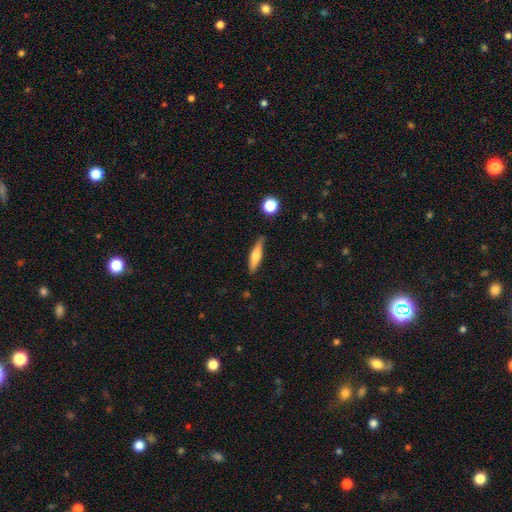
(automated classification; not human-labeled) Morphology: type=smooth (60%); roundness=cigar-shaped (74%); merging=none (80%).